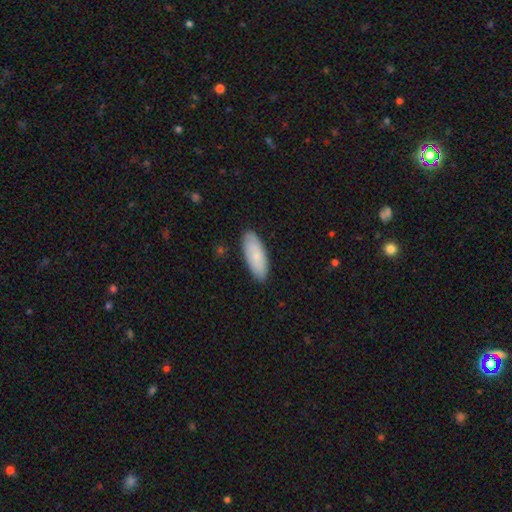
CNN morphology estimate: smooth 76%, featured or disk 18%, star or artifact 6%. Down the decision tree: how rounded — in between (75%); merging — none (86%).